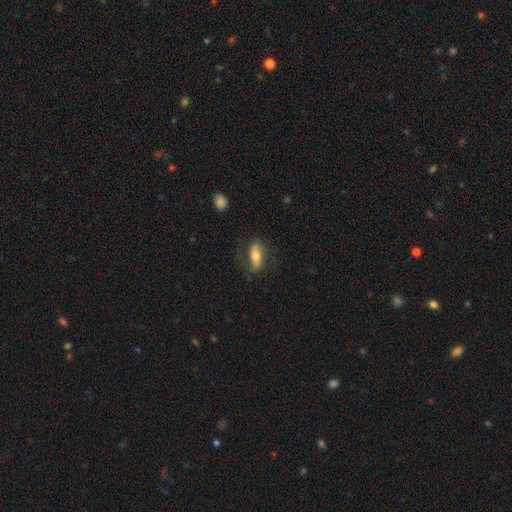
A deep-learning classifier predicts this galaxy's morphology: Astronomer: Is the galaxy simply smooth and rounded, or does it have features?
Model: smooth — 48% (runner-up: featured or disk, 45%).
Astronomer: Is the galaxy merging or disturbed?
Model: none — 70%.